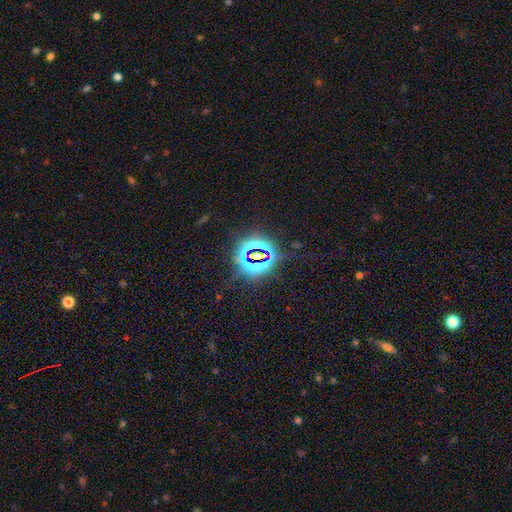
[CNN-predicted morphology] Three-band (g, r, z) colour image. It shows a star or artifact, not a galaxy (80%).